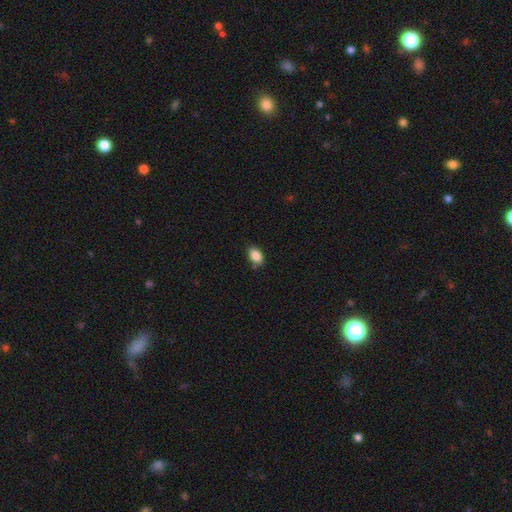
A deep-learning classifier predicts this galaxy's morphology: A smooth galaxy with no disk features (88%) that is in between round and cigar-shaped (88%). Merging: none (81%).